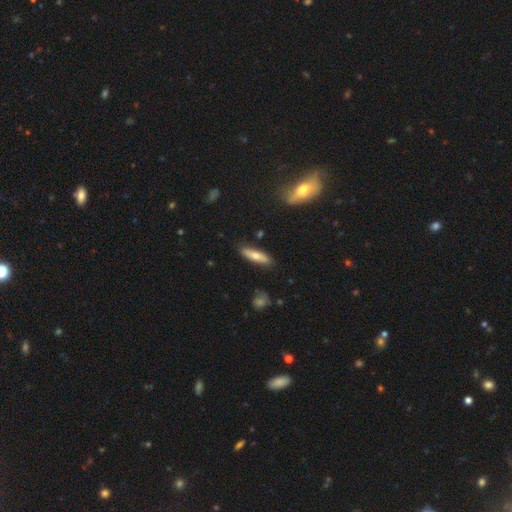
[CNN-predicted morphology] type=smooth (67%); roundness=cigar-shaped (66%); merging=none (85%).